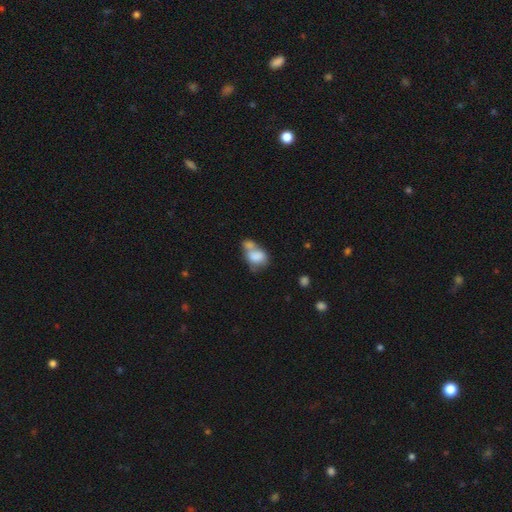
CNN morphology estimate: A smooth galaxy with no disk features (75%) that is in between round and cigar-shaped (70%). Merging: merger (64%).